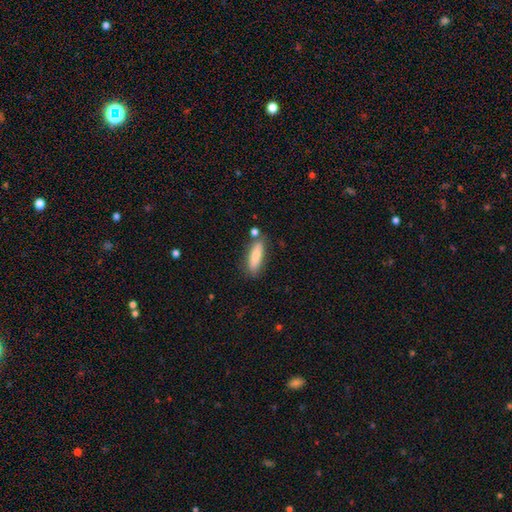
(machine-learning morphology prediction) Smooth or featured: smooth — 79% (featured or disk — 15%)
How rounded: in between — 50% (cigar-shaped — 48%)
Merging: none — 73% (minor disturbance — 15%)